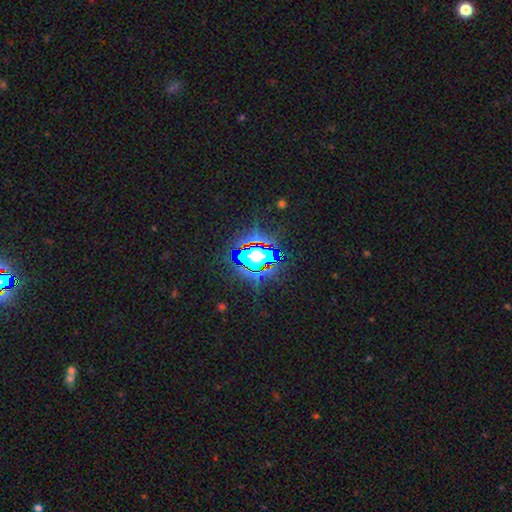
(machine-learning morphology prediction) This appears to be a star or artifact, not a galaxy (69%).